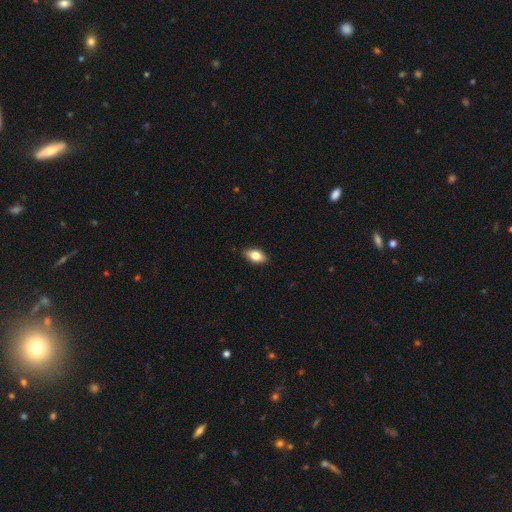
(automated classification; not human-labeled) Morphology: type=smooth (72%); roundness=in between (87%); merging=none (87%).